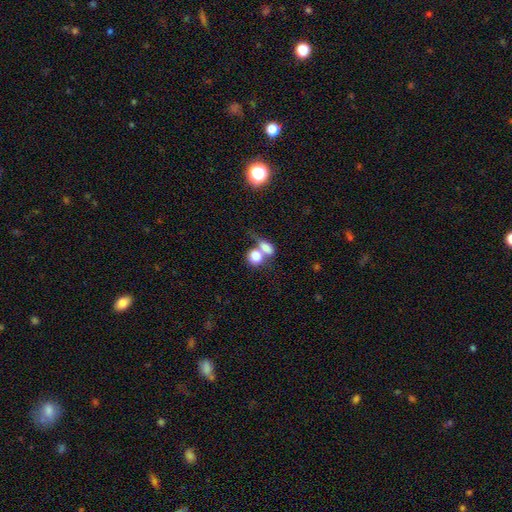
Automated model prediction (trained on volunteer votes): smooth-or-featured: smooth: 77% | featured or disk: 14% | star or artifact: 8%
  how-rounded: round: 52% | in between: 45% | cigar-shaped: 3%
  merging: merger: 64% | none: 24% | minor disturbance: 7% | major disturbance: 6%